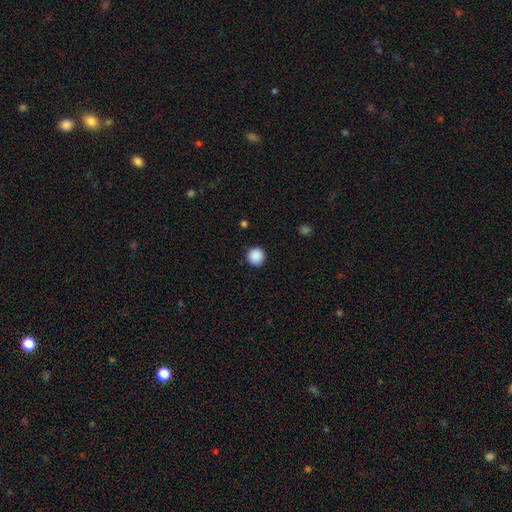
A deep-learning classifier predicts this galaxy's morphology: smooth-or-featured: smooth: 89% | star or artifact: 9% | featured or disk: 2%
  how-rounded: round: 96% | in between: 3% | cigar-shaped: 1%
  merging: none: 92% | minor disturbance: 5% | major disturbance: 2% | merger: 1%